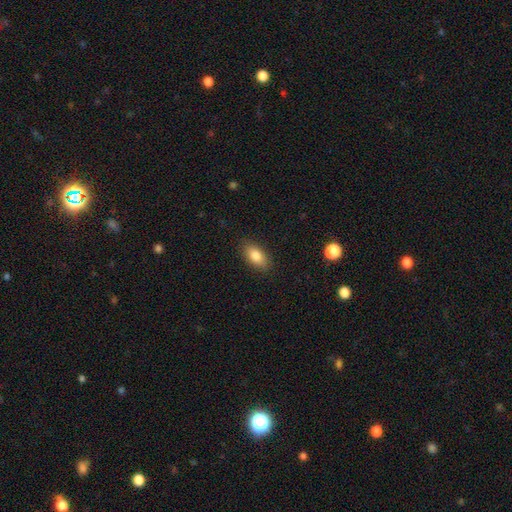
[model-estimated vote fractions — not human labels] Q: Smooth or featured?
A: smooth (84%); runner-up: featured or disk (9%)
Q: How rounded?
A: in between (89%); runner-up: cigar-shaped (6%)
Q: Merging?
A: none (87%); runner-up: minor disturbance (10%)